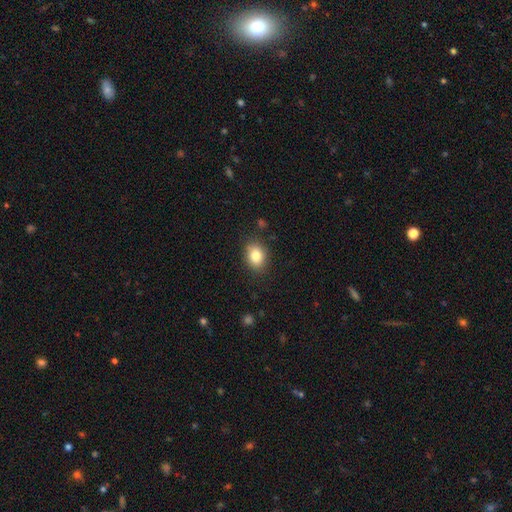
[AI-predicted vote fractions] Smooth or featured? Predicted: smooth (p=0.84). How rounded? Predicted: in between (p=0.65). Merging? Predicted: none (p=0.84).